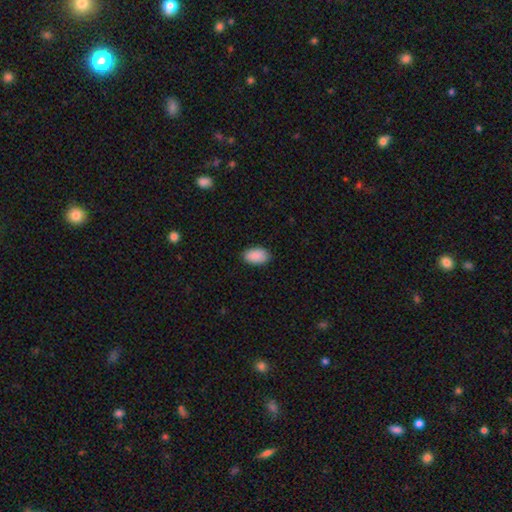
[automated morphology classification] The model was most divided on "merging": none: 88%, minor disturbance: 9%, major disturbance: 2%, merger: 1%. More confident: how rounded — in between (93%); smooth or featured — smooth (91%).